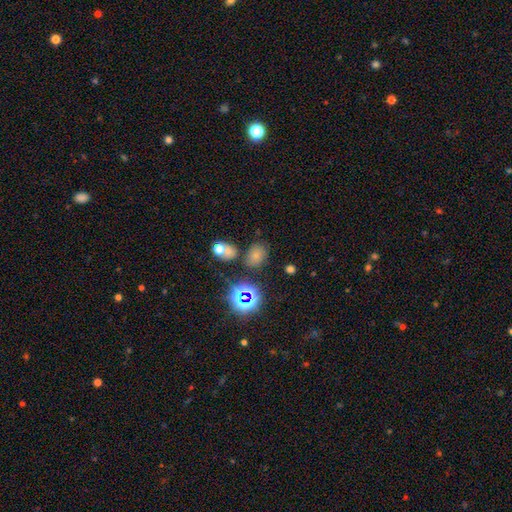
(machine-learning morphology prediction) A smooth galaxy with no disk features (61%) that is in between round and cigar-shaped (66%).

Vote fractions:
- Smooth or featured? smooth: 61% / star or artifact: 28% / featured or disk: 11%
- How rounded? in between: 66% / round: 32% / cigar-shaped: 1%
- Merging? none: 70% / minor disturbance: 13% / merger: 12% / major disturbance: 5%